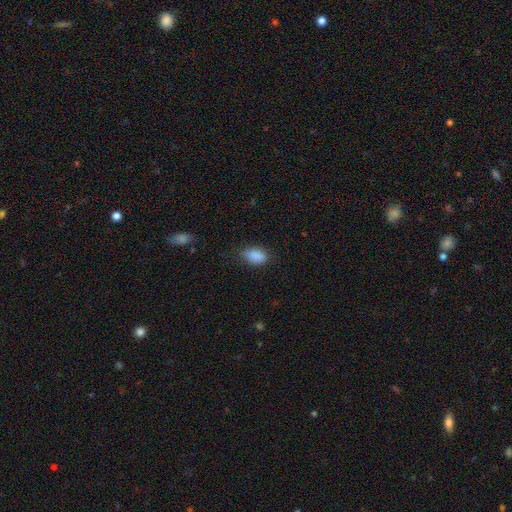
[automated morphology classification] Smooth or featured? Predicted: smooth (p=0.88). How rounded? Predicted: in between (p=0.90). Merging? Predicted: none (p=0.73).